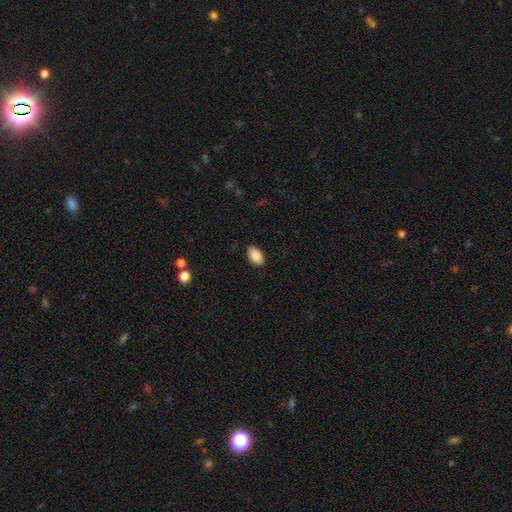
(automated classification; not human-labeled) Morphology: type=smooth (87%); roundness=in between (92%); merging=none (87%).